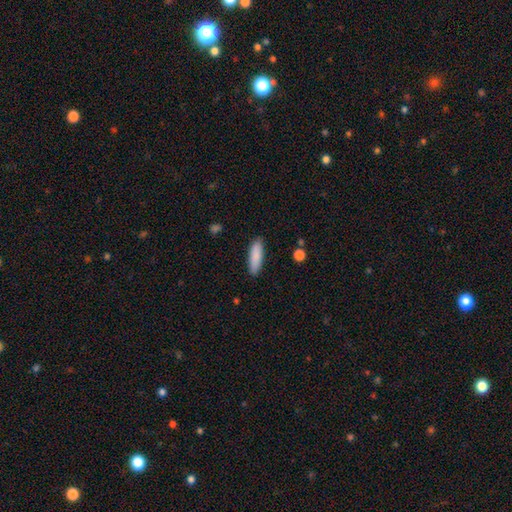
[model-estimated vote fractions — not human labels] Q: Smooth or featured?
A: smooth (88%); runner-up: featured or disk (6%)
Q: How rounded?
A: cigar-shaped (52%); runner-up: in between (46%)
Q: Merging?
A: none (88%); runner-up: minor disturbance (9%)